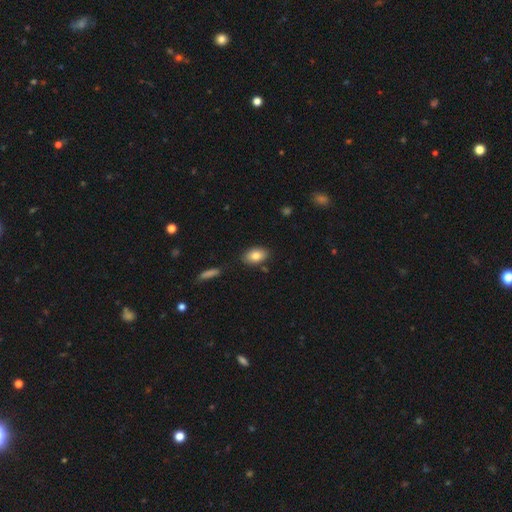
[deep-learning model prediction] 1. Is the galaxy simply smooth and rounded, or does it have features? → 82% smooth, 11% featured or disk, 7% star or artifact.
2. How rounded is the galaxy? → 89% in between, 9% round, 2% cigar-shaped.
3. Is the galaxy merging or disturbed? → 82% none, 12% minor disturbance, 4% merger, 2% major disturbance.